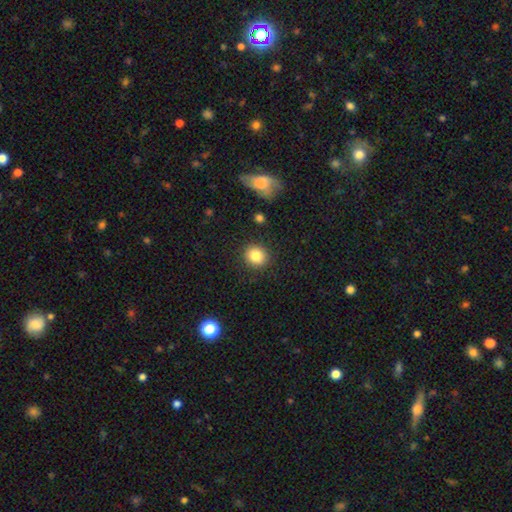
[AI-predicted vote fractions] Q: Smooth or featured?
A: smooth (84%); runner-up: star or artifact (10%)
Q: How rounded?
A: round (83%); runner-up: in between (16%)
Q: Merging?
A: none (89%); runner-up: minor disturbance (7%)